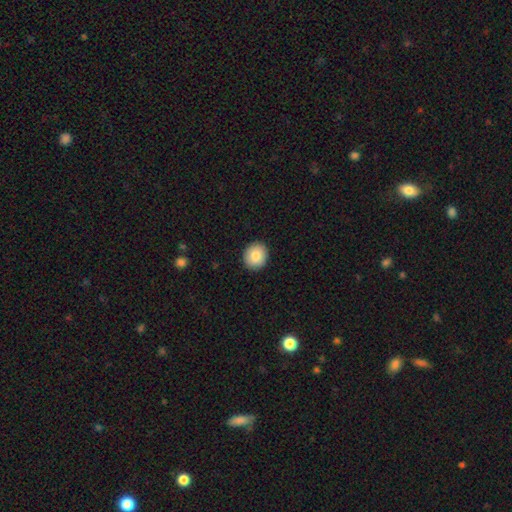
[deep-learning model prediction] Overall: smooth (85%). How rounded: round (78%). Merging: none (91%).